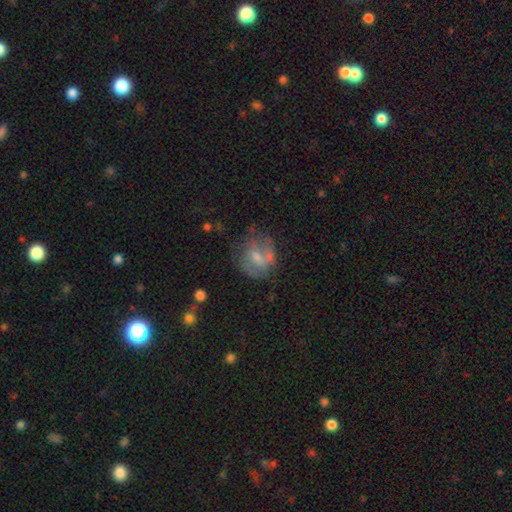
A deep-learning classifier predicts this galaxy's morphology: smooth-or-featured: featured or disk: 47% | smooth: 40% | star or artifact: 13%
  merging: none: 54% | minor disturbance: 23% | major disturbance: 16% | merger: 8%